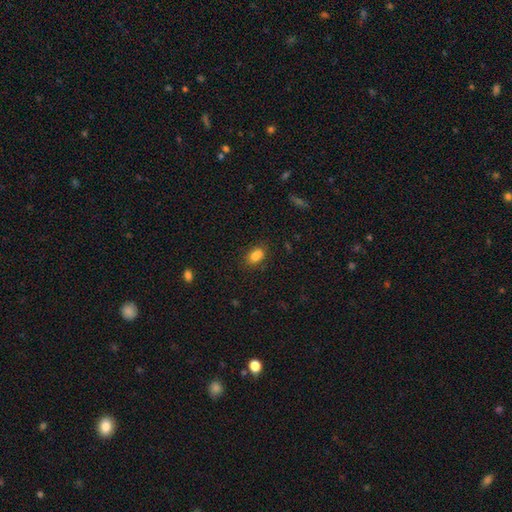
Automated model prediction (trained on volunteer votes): Smooth or featured? Predicted: smooth (p=0.81). How rounded? Predicted: in between (p=0.78). Merging? Predicted: none (p=0.67).